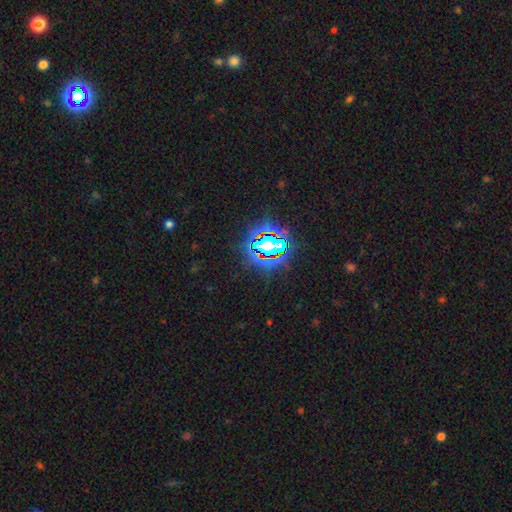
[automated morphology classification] This appears to be a star or artifact, not a galaxy (75%).